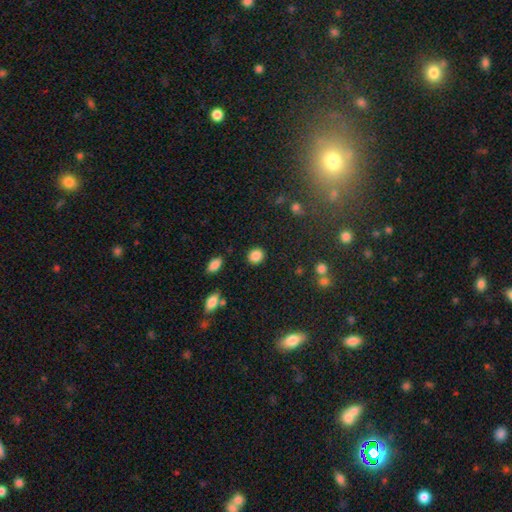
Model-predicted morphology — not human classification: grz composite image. It shows a smooth galaxy with no disk features (86%) that is round (78%). Merging: none (88%).